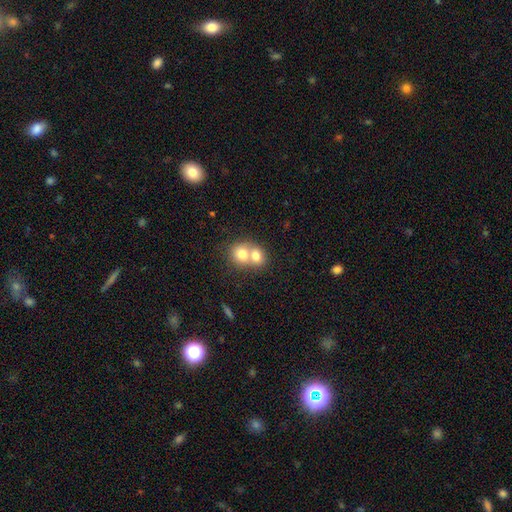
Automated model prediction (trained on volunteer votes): smooth-or-featured: smooth: 74% | featured or disk: 17% | star or artifact: 9%
  how-rounded: round: 61% | in between: 38% | cigar-shaped: 1%
  merging: merger: 73% | none: 20% | minor disturbance: 4% | major disturbance: 2%